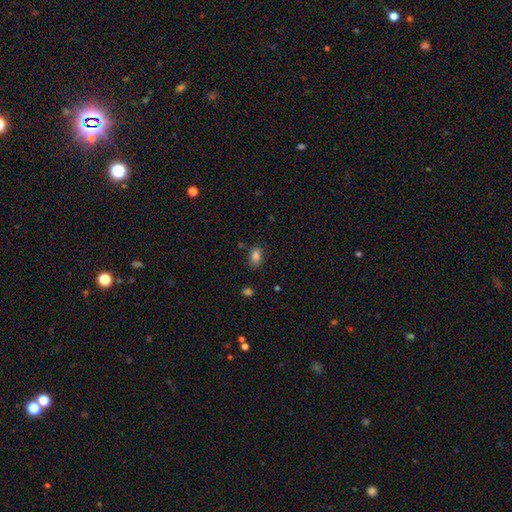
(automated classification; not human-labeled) This appears to be a smooth galaxy with no disk features (85%) that is in between round and cigar-shaped (83%). Merging: none (82%).